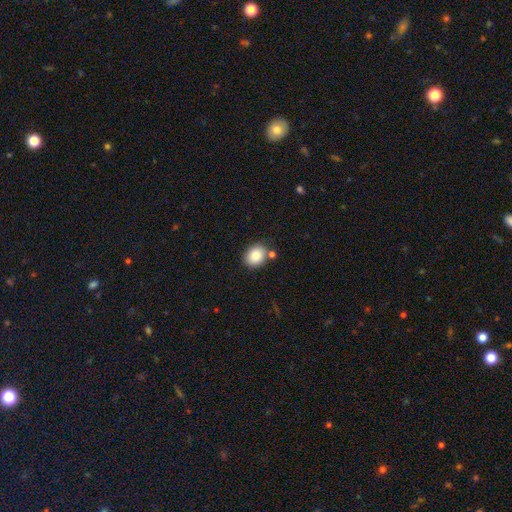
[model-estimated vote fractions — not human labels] Smooth or featured?
  - smooth: 85% *
  - star or artifact: 9%
  - featured or disk: 6%
How rounded?
  - round: 50% *
  - in between: 49%
  - cigar-shaped: 1%
Merging?
  - none: 76% *
  - minor disturbance: 11%
  - merger: 10%
  - major disturbance: 3%